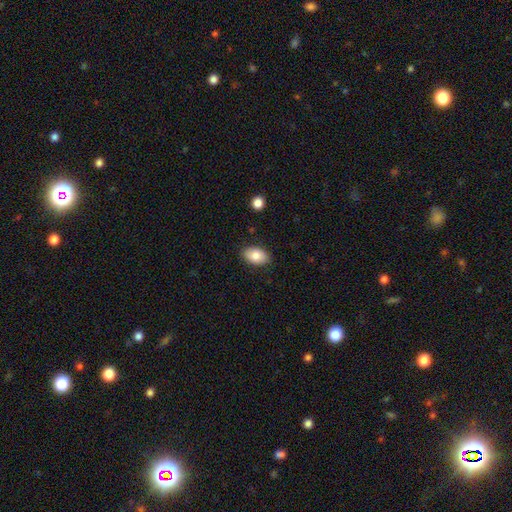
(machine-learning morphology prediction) smooth_or_featured: smooth (p=0.83) [alt: featured or disk p=0.10]
how_rounded: in between (p=0.90) [alt: round p=0.09]
merging: none (p=0.86) [alt: minor disturbance p=0.10]